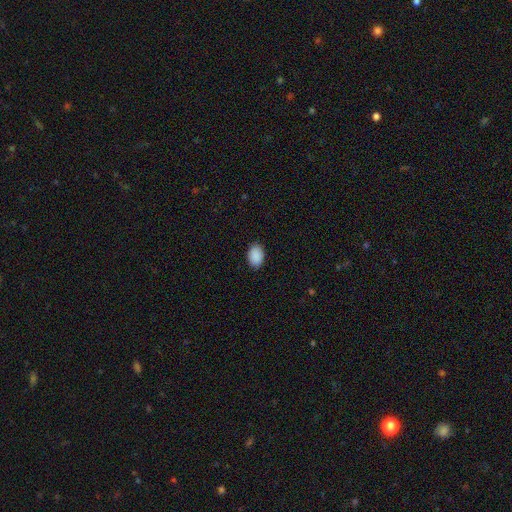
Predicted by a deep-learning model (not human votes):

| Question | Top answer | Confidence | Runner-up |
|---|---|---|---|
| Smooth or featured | smooth | 91% | star or artifact (7%) |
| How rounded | in between | 87% | round (12%) |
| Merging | none | 89% | minor disturbance (8%) |